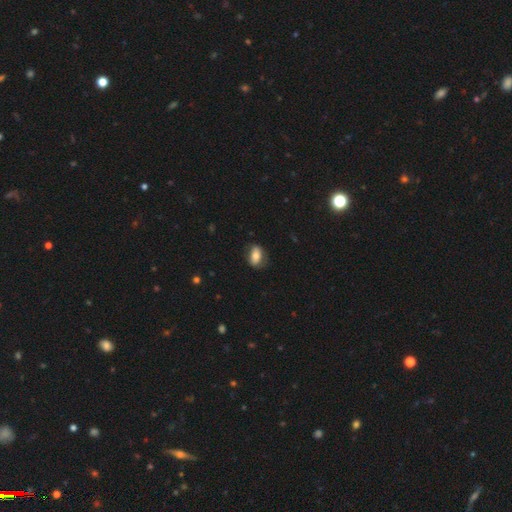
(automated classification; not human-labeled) This is likely a smooth galaxy (72%). How rounded: clearly in between (85%). Merging: likely none (71%).